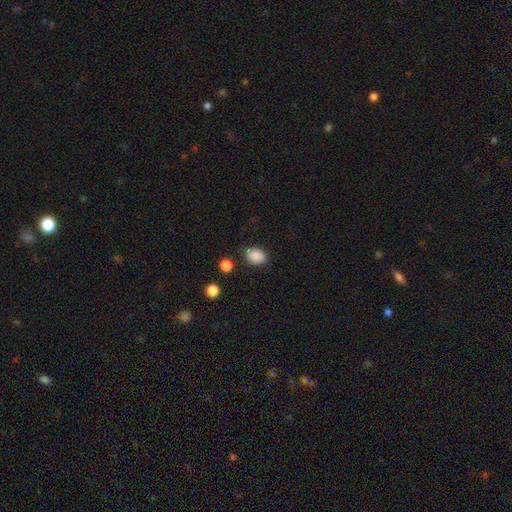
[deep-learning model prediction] The model was most divided on "how rounded": in between: 73%, round: 26%, cigar-shaped: 1%. More confident: smooth or featured — smooth (88%); merging — none (82%).